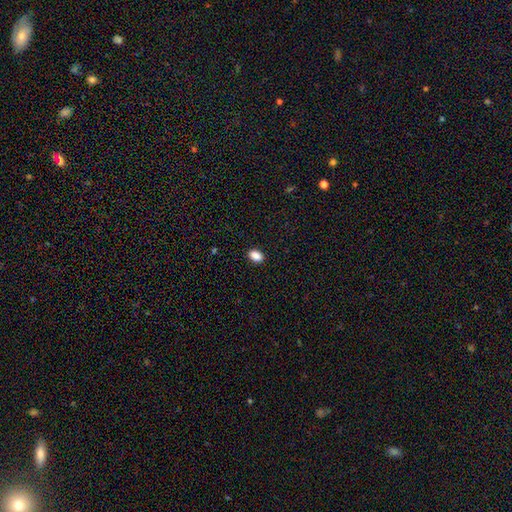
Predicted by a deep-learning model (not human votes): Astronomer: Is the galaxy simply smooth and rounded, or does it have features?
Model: smooth — 88%.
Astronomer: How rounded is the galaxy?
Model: in between — 87%.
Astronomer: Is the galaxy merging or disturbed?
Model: none — 90%.